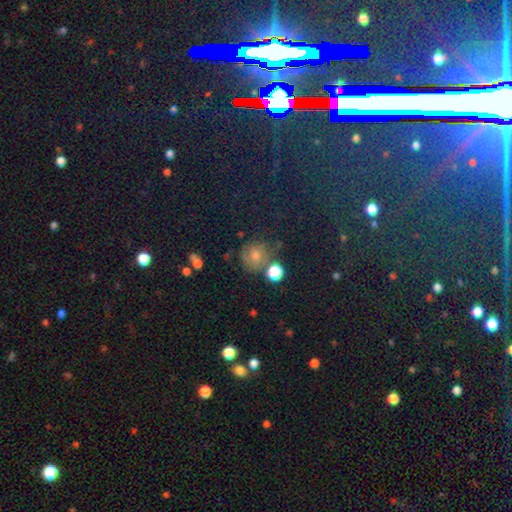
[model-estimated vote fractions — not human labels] The model was most divided on "smooth or featured": smooth: 50%, star or artifact: 32%, featured or disk: 18%. More confident: merging — none (74%).